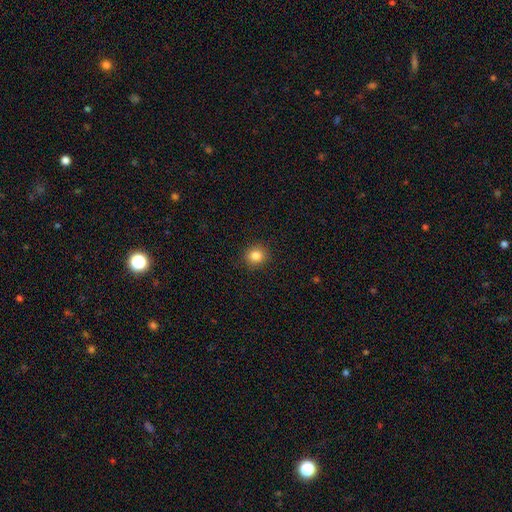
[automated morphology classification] Smooth or featured? Predicted: smooth (p=0.83). How rounded? Predicted: round (p=0.83). Merging? Predicted: none (p=0.91).